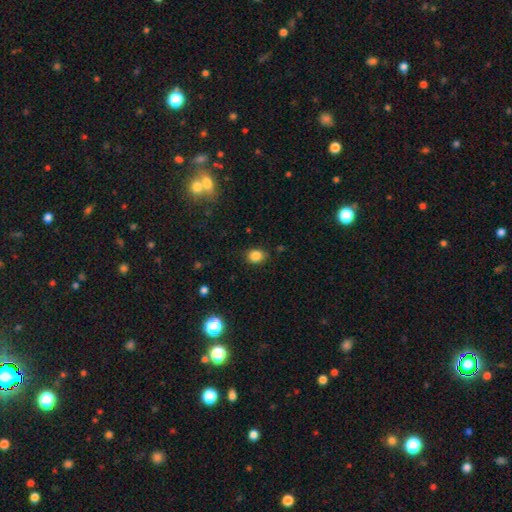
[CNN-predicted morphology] The model was most divided on "how rounded": round: 54%, in between: 45%, cigar-shaped: 1%. More confident: smooth or featured — smooth (84%); merging — none (83%).